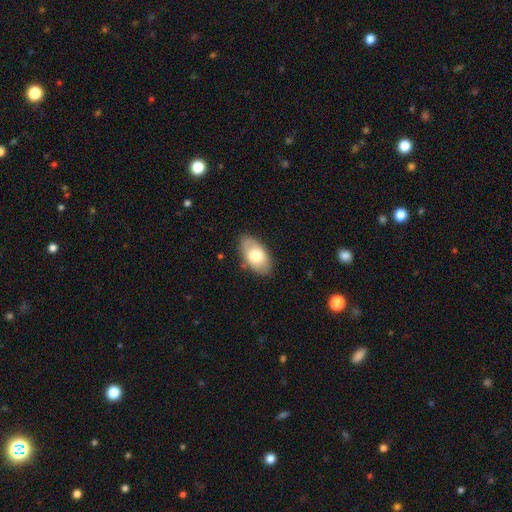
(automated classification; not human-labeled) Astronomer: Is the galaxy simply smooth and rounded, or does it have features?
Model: smooth — 70%.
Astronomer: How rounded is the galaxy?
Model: in between — 94%.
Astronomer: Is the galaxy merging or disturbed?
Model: none — 84%.